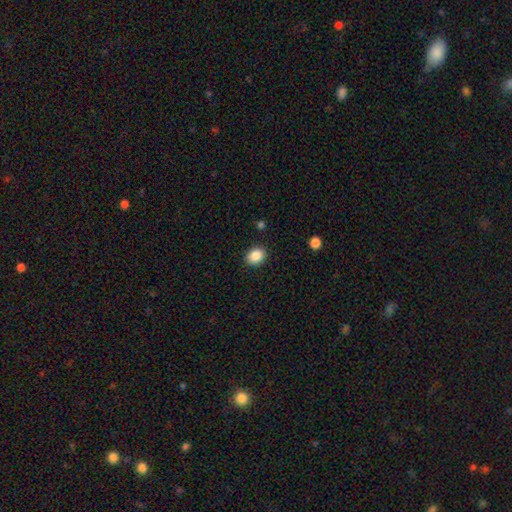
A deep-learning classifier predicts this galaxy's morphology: Overall: smooth (87%). How rounded: round (50%; in between 49%). Merging: none (89%).